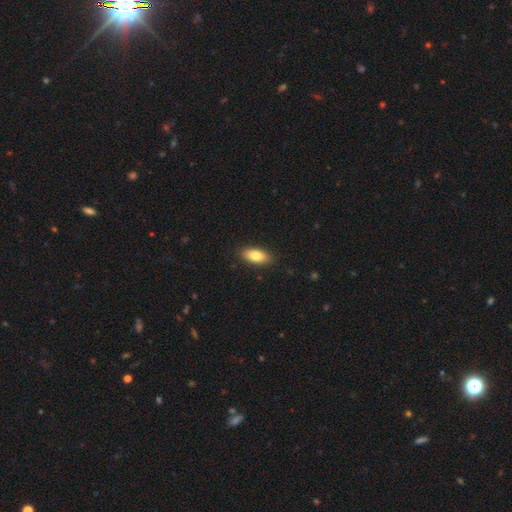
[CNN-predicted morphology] smooth_or_featured: smooth (p=0.80) [alt: featured or disk p=0.14]
how_rounded: in between (p=0.86) [alt: cigar-shaped p=0.11]
merging: none (p=0.89) [alt: minor disturbance p=0.08]